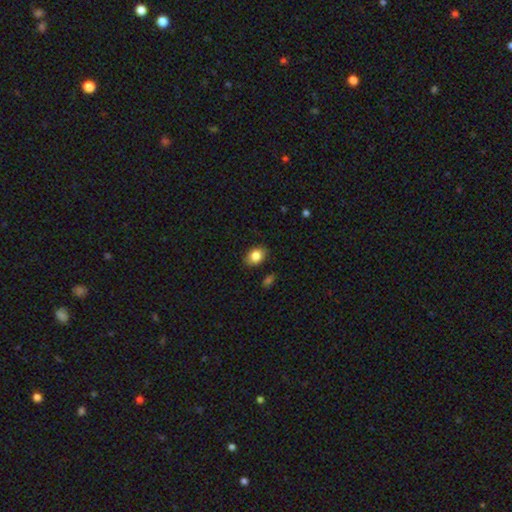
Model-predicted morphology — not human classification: This appears to be a smooth galaxy with no disk features (84%) that is in between round and cigar-shaped (75%). Merging: none (84%).